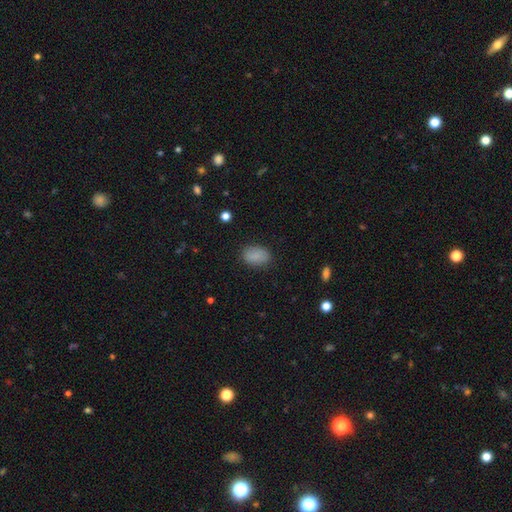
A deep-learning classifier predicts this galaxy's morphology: A smooth galaxy with no disk features (87%) that is in between round and cigar-shaped (85%).

Vote fractions:
- Smooth or featured? smooth: 87% / star or artifact: 8% / featured or disk: 5%
- How rounded? in between: 85% / round: 13% / cigar-shaped: 1%
- Merging? none: 84% / minor disturbance: 11% / major disturbance: 3% / merger: 1%